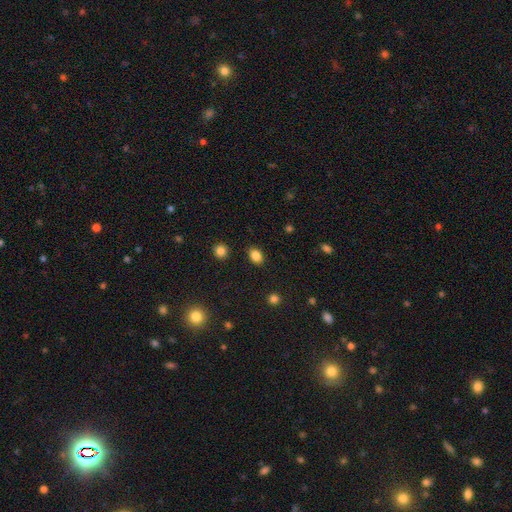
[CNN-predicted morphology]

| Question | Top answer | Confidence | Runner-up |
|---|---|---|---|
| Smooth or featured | smooth | 85% | star or artifact (10%) |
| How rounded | in between | 73% | round (25%) |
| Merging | none | 87% | minor disturbance (9%) |